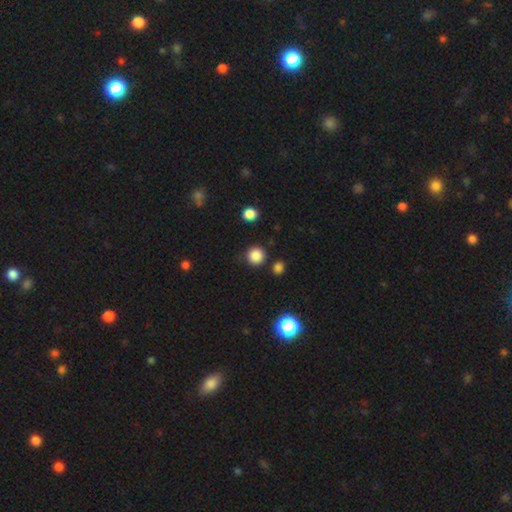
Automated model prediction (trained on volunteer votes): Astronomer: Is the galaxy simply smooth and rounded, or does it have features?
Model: smooth — 85%.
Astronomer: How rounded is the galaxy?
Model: round — 94%.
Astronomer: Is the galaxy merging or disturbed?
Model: none — 87%.